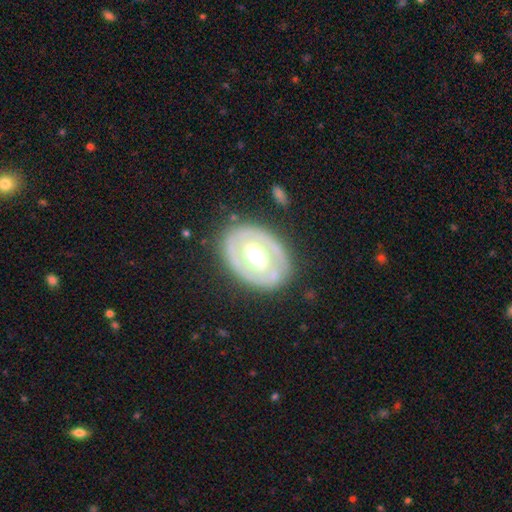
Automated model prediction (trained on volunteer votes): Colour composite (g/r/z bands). It shows a featured or disk galaxy (65%) with no bar (59%), no spiral arms (74%) and a moderate central bulge (50%). Merging: none (76%).